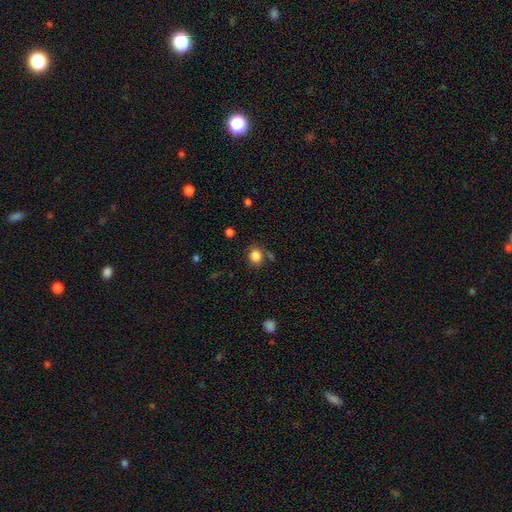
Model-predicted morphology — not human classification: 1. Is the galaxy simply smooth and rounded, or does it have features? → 85% smooth, 11% star or artifact, 5% featured or disk.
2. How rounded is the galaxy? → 60% round, 39% in between, 1% cigar-shaped.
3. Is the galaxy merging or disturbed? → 76% none, 13% minor disturbance, 6% merger, 4% major disturbance.